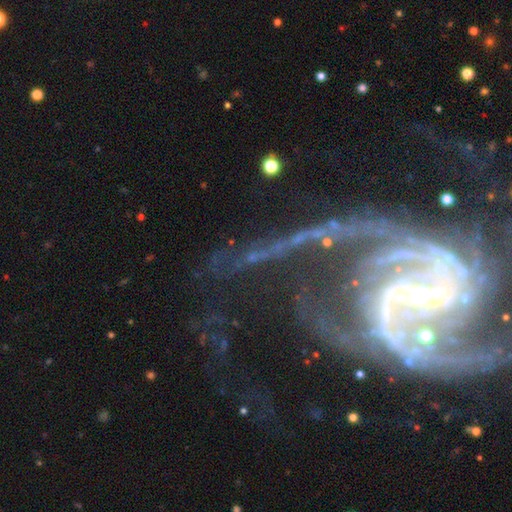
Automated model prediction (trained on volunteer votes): A featured or disk galaxy (80%) with a strong bar (35%), 2 (48%) medium (39%) spiral arms (87%) and a small central bulge (56%).

Vote fractions:
- Smooth or featured? featured or disk: 80% / star or artifact: 13% / smooth: 7%
- Edge-on disk? no: 93% / yes: 7%
- Bar? strong: 35% / weak: 33% / no: 32%
- Spiral arms? yes: 87% / no: 13%
- Spiral winding? medium: 39% / tight: 32% / loose: 29%
- Spiral arm count? 2: 48% / can't tell: 17% / 3: 10% / 1: 10% / 4: 7% / more than 4: 7%
- Bulge size? small: 56% / moderate: 31% / none: 7% / large: 4% / dominant: 2%
- Merging? none: 44% / major disturbance: 33% / minor disturbance: 16% / merger: 7%